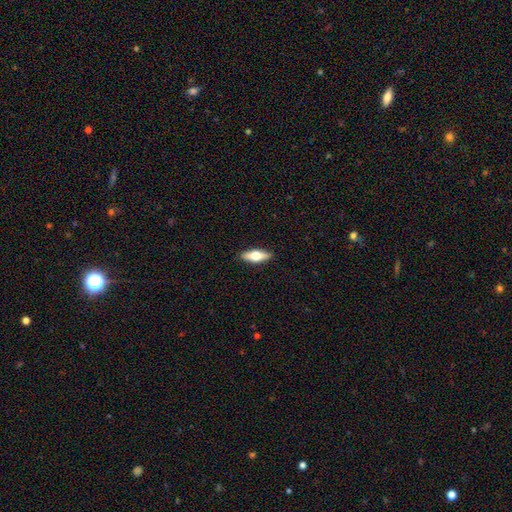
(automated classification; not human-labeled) smooth_or_featured: smooth (p=0.51) [alt: featured or disk p=0.43]
how_rounded: in between (p=0.57) [alt: cigar-shaped p=0.41]
merging: none (p=0.90) [alt: minor disturbance p=0.08]